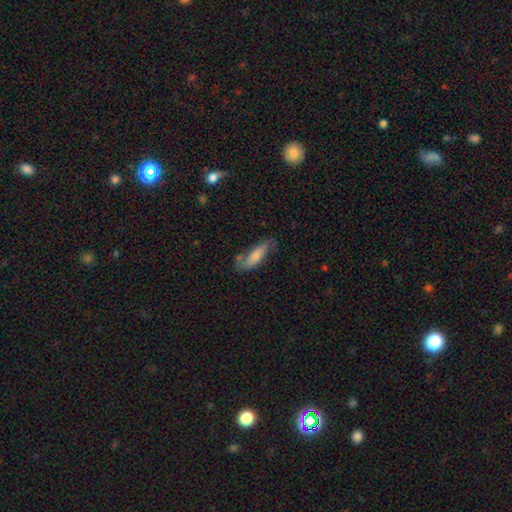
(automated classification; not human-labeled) smooth 64%, featured or disk 29%, star or artifact 6%. Down the decision tree: how rounded — in between (51%); merging — none (58%).